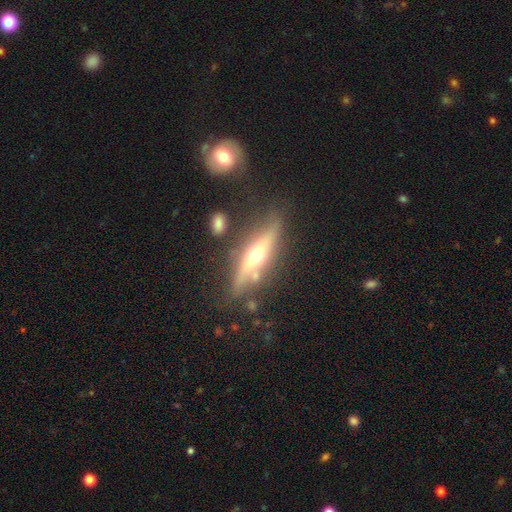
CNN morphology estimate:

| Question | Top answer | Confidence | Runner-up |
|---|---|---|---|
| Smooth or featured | featured or disk | 68% | smooth (25%) |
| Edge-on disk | yes | 88% | no (12%) |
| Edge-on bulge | rounded | 93% | none (4%) |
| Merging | none | 69% | minor disturbance (17%) |